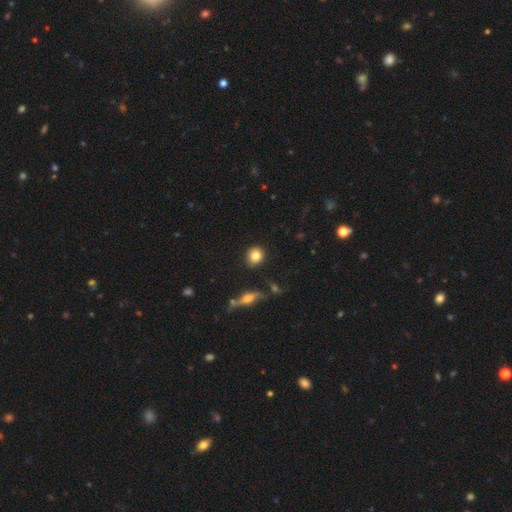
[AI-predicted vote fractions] Morphology: type=smooth (82%); roundness=round (78%); merging=none (87%).